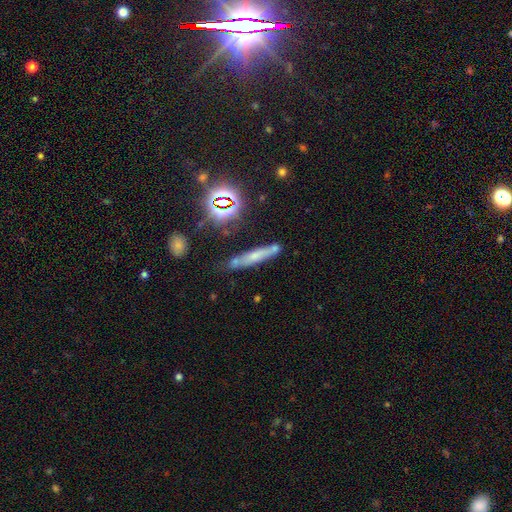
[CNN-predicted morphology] This is possibly a smooth galaxy (48%). Merging: likely none (68%).